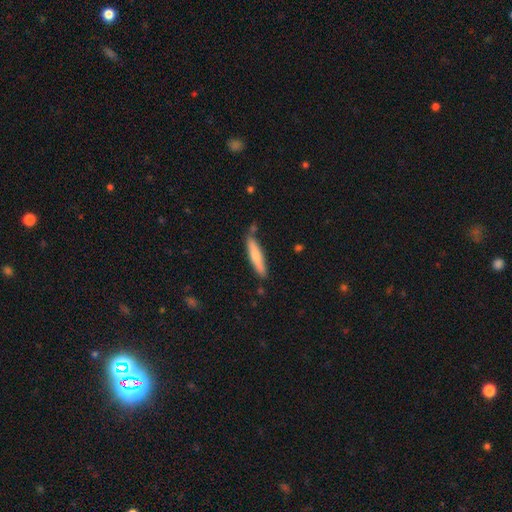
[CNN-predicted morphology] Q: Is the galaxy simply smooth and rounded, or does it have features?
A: smooth — 69%.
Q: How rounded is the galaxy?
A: cigar-shaped — 86%.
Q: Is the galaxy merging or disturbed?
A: none — 77%.